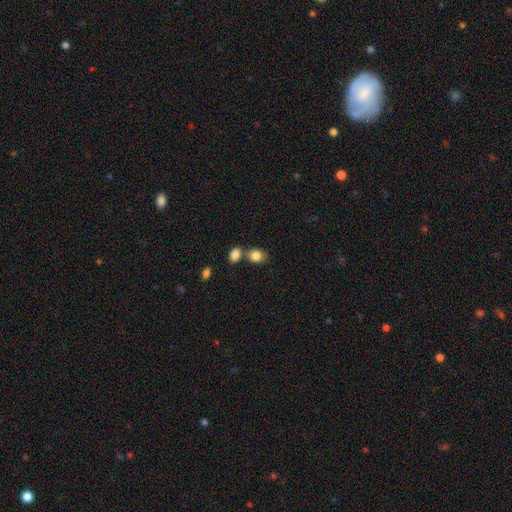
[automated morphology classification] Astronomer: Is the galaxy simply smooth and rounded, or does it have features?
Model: smooth — 85%.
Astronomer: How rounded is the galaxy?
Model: in between — 56% (runner-up: round, 43%).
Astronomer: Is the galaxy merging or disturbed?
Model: none — 53% (runner-up: merger, 31%).